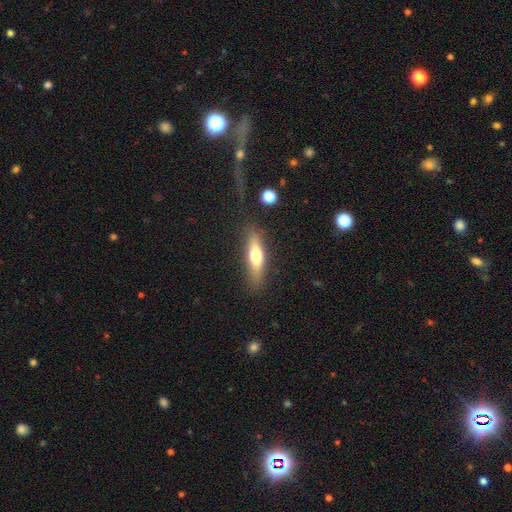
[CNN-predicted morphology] This is possibly a smooth galaxy (59%). How rounded: likely cigar-shaped (68%). Merging: clearly none (84%).